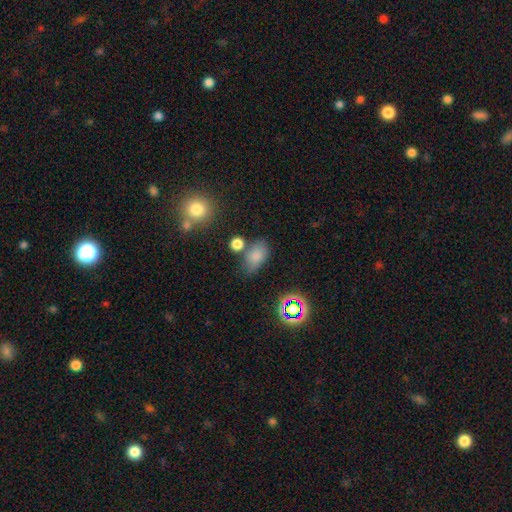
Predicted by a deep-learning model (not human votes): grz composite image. It shows a smooth galaxy with no disk features (76%) that is in between round and cigar-shaped (84%). Merging: none (56%).